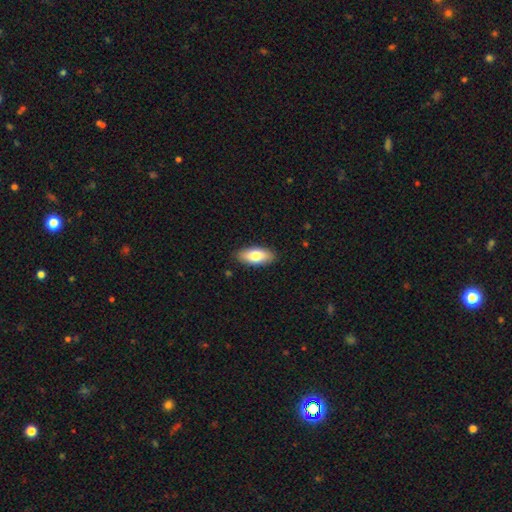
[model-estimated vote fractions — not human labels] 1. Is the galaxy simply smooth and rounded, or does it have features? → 77% smooth, 17% featured or disk, 6% star or artifact.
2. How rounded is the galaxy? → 88% in between, 10% cigar-shaped, 3% round.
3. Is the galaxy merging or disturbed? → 88% none, 9% minor disturbance, 2% major disturbance, 1% merger.